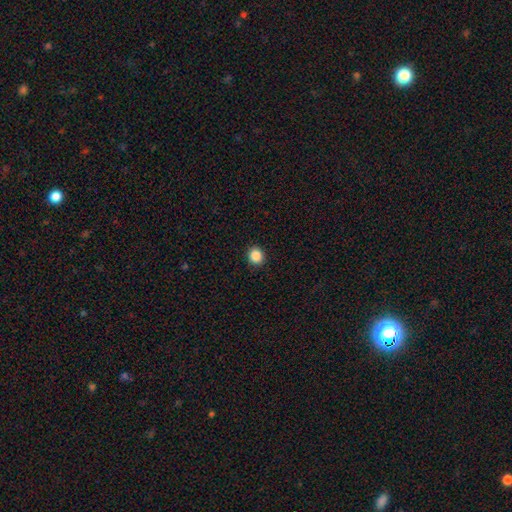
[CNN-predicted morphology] The model was most divided on "how rounded": round: 83%, in between: 16%, cigar-shaped: 1%. More confident: merging — none (92%); smooth or featured — smooth (87%).